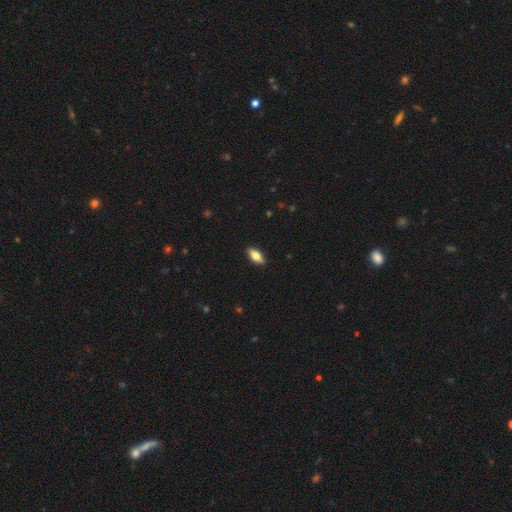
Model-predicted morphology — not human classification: smooth-or-featured: smooth: 68% | featured or disk: 25% | star or artifact: 7%
  how-rounded: in between: 81% | cigar-shaped: 16% | round: 3%
  merging: none: 89% | minor disturbance: 8% | major disturbance: 2% | merger: 1%